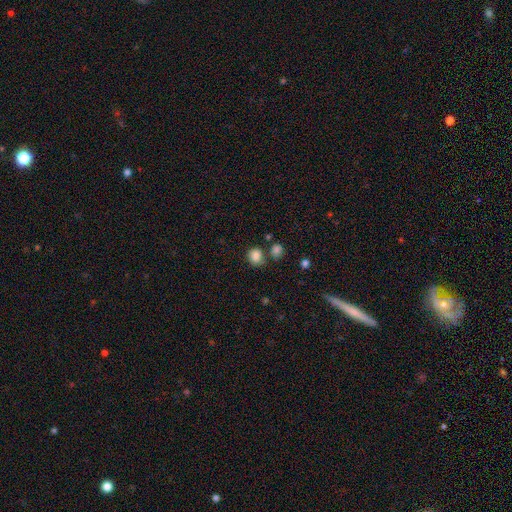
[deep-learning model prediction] Smooth or featured? Predicted: smooth (p=0.84). How rounded? Predicted: round (p=0.78). Merging? Predicted: none (p=0.65).